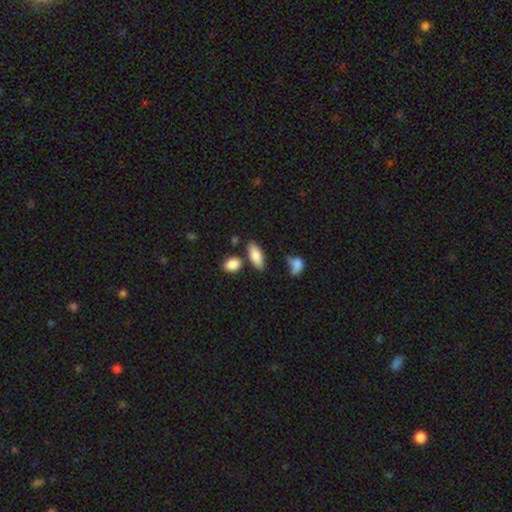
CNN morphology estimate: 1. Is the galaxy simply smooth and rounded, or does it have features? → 84% smooth, 10% featured or disk, 7% star or artifact.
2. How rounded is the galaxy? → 81% in between, 16% cigar-shaped, 4% round.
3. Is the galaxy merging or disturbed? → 72% none, 14% minor disturbance, 10% merger, 4% major disturbance.